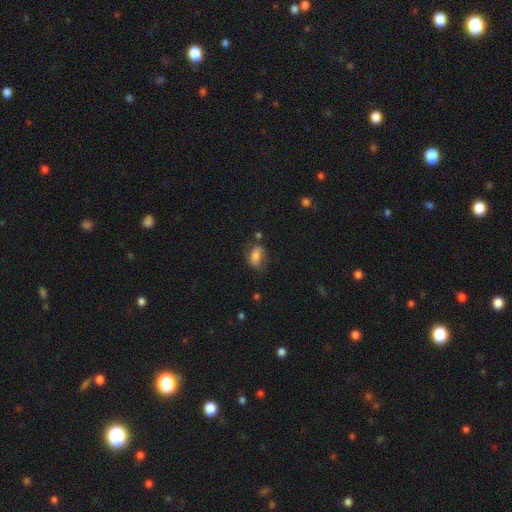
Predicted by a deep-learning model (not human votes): smooth_or_featured: smooth (p=0.74) [alt: featured or disk p=0.17]
how_rounded: in between (p=0.84) [alt: round p=0.13]
merging: none (p=0.59) [alt: minor disturbance p=0.27]